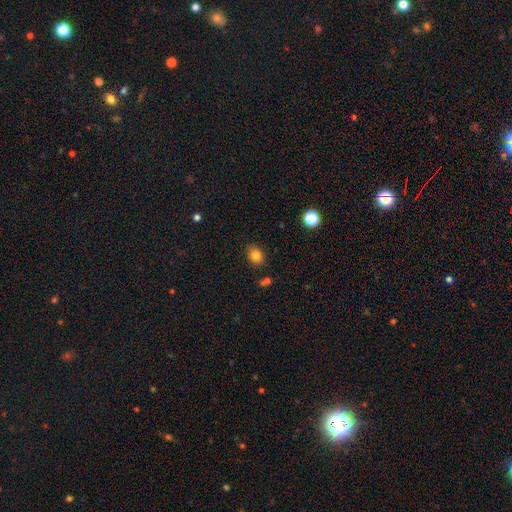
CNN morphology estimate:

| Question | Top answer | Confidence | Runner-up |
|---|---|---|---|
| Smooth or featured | smooth | 82% | star or artifact (12%) |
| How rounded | round | 53% | in between (46%) |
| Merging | none | 84% | minor disturbance (10%) |